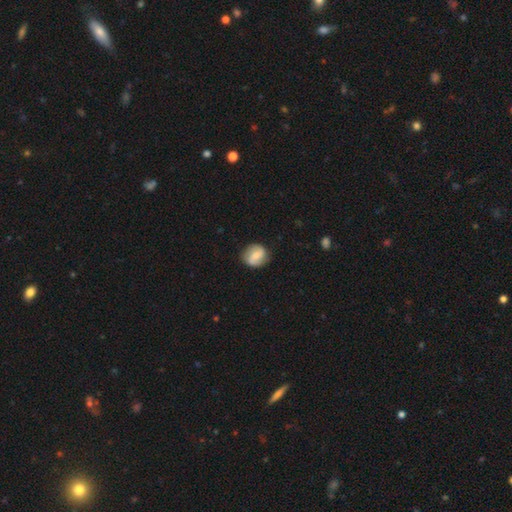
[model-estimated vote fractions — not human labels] This is possibly a featured or disk galaxy (48%). Merging: clearly none (81%).